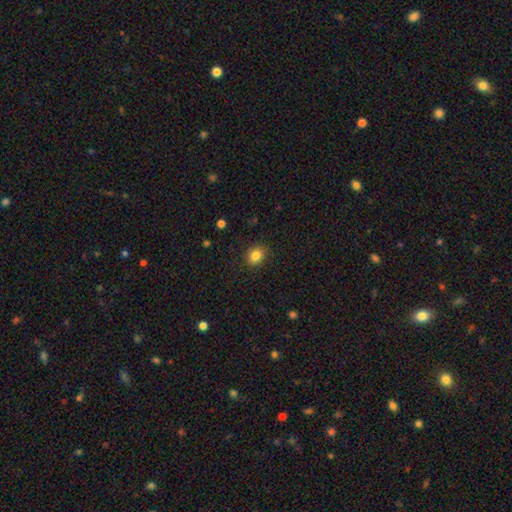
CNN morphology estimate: smooth 84%, star or artifact 10%, featured or disk 6%. Down the decision tree: how rounded — round (54%); merging — none (87%).